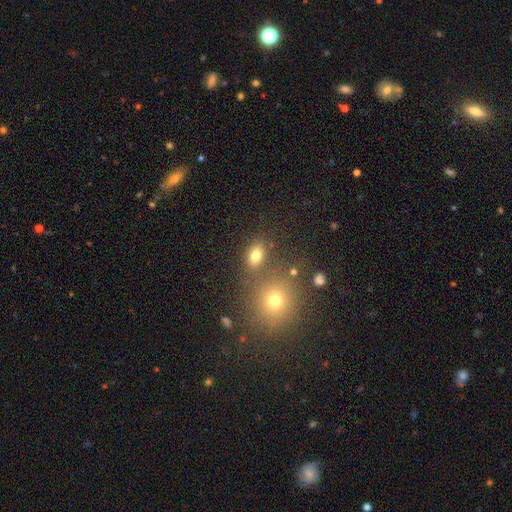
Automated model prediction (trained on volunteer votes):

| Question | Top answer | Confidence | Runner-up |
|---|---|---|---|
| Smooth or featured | smooth | 75% | star or artifact (15%) |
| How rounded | in between | 71% | round (26%) |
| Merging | none | 73% | merger (12%) |